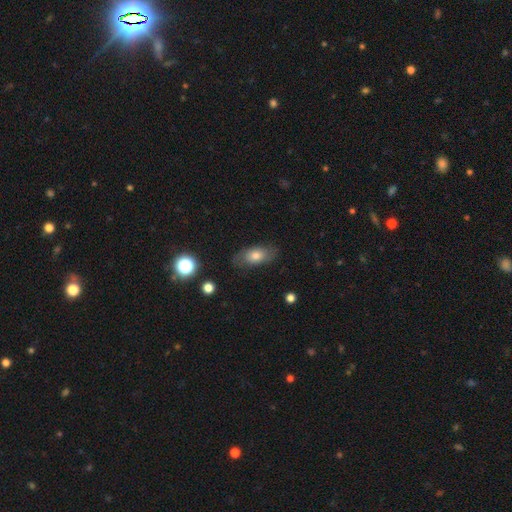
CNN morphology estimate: smooth-or-featured: smooth: 68% | featured or disk: 23% | star or artifact: 8%
  how-rounded: in between: 85% | round: 8% | cigar-shaped: 7%
  merging: none: 75% | minor disturbance: 18% | major disturbance: 6% | merger: 1%